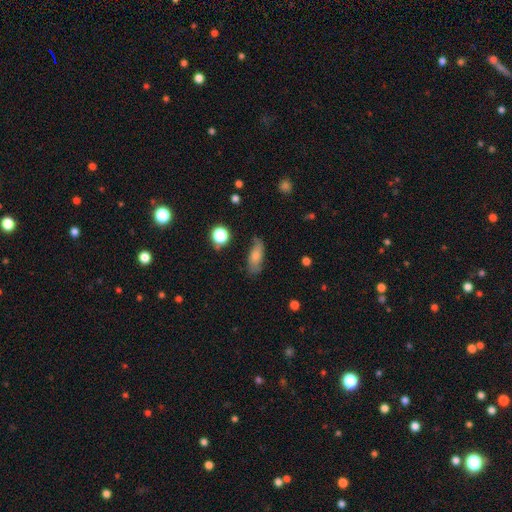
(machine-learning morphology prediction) Smooth or featured?
  - smooth: 66% *
  - featured or disk: 25%
  - star or artifact: 9%
How rounded?
  - in between: 73% *
  - cigar-shaped: 22%
  - round: 5%
Merging?
  - none: 64% *
  - minor disturbance: 25%
  - major disturbance: 8%
  - merger: 3%